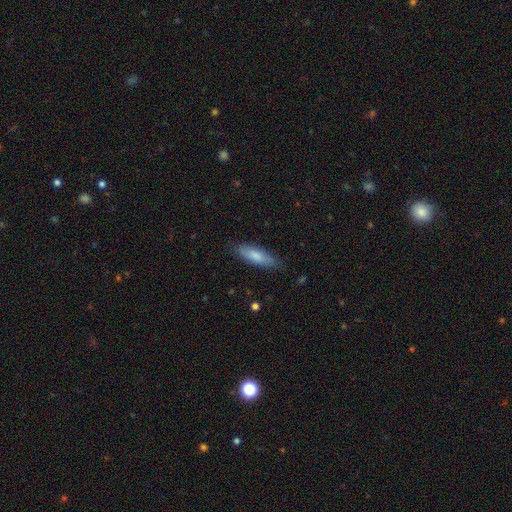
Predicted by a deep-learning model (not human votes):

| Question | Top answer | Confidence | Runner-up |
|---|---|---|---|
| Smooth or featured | smooth | 78% | featured or disk (16%) |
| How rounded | cigar-shaped | 52% | in between (46%) |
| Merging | none | 83% | minor disturbance (13%) |